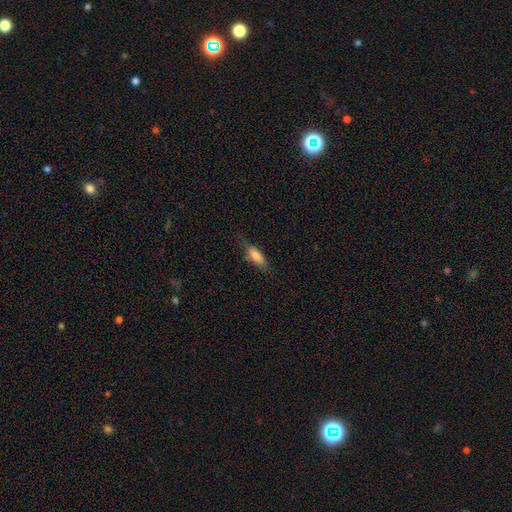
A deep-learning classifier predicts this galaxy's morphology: Smooth or featured?
  - smooth: 75% *
  - featured or disk: 18%
  - star or artifact: 7%
How rounded?
  - in between: 59% *
  - cigar-shaped: 39%
  - round: 2%
Merging?
  - none: 69% *
  - minor disturbance: 24%
  - major disturbance: 6%
  - merger: 2%